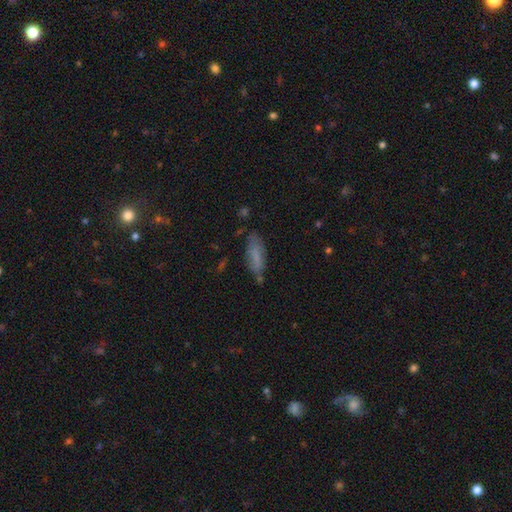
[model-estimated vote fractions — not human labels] This appears to be a smooth galaxy with no disk features (72%) that is in between round and cigar-shaped (58%). Merging: none (62%).